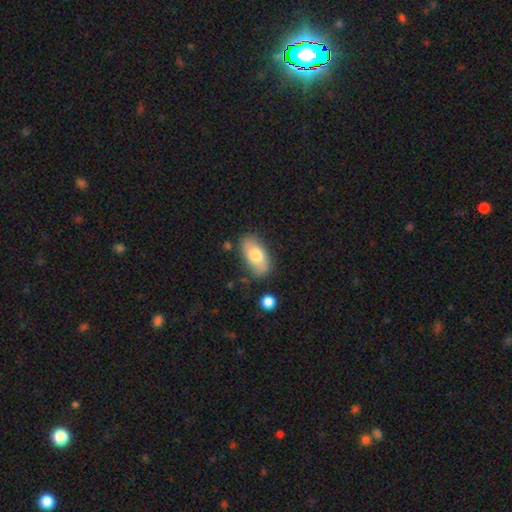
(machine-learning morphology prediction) Q: Smooth or featured?
A: smooth (71%); runner-up: featured or disk (23%)
Q: How rounded?
A: in between (92%); runner-up: round (5%)
Q: Merging?
A: none (78%); runner-up: minor disturbance (15%)